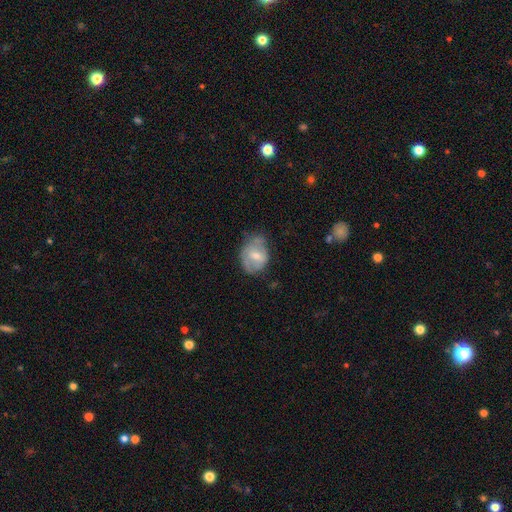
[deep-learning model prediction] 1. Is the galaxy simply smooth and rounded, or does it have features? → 53% smooth, 40% featured or disk, 7% star or artifact.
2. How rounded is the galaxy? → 61% in between, 38% round, 1% cigar-shaped.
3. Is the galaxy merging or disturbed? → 46% none, 37% minor disturbance, 14% major disturbance, 3% merger.